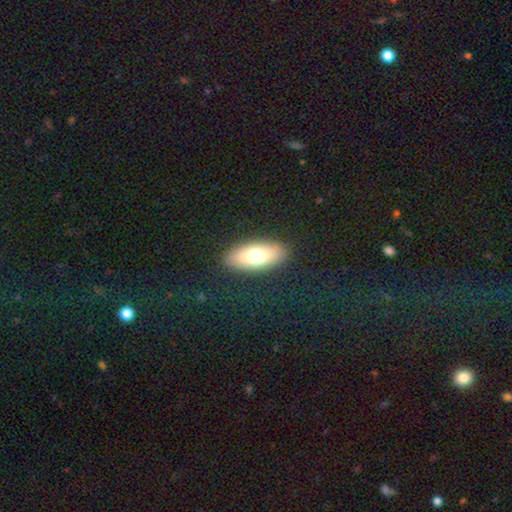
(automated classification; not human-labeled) Smooth or featured?
  - smooth: 71% *
  - featured or disk: 21%
  - star or artifact: 8%
How rounded?
  - in between: 82% *
  - cigar-shaped: 14%
  - round: 4%
Merging?
  - none: 88% *
  - minor disturbance: 8%
  - major disturbance: 3%
  - merger: 1%